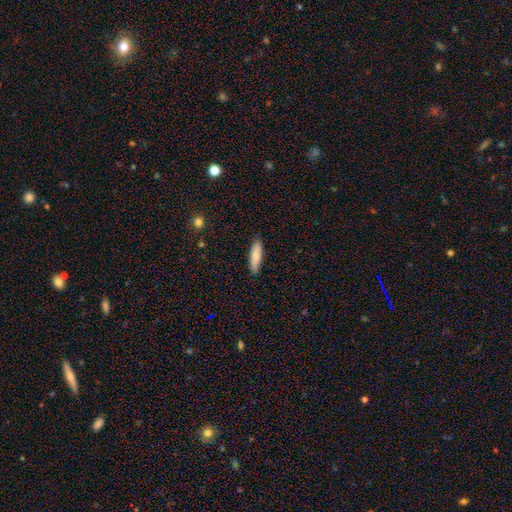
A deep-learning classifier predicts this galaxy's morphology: smooth_or_featured: smooth (p=0.80) [alt: featured or disk p=0.14]
how_rounded: cigar-shaped (p=0.62) [alt: in between p=0.36]
merging: none (p=0.88) [alt: minor disturbance p=0.10]